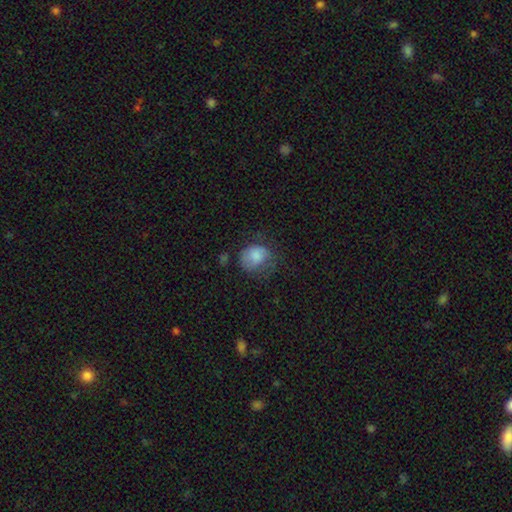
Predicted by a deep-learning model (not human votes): Overall: smooth (77%). How rounded: round (66%; in between 33%). Merging: none (44%; minor disturbance 30%).